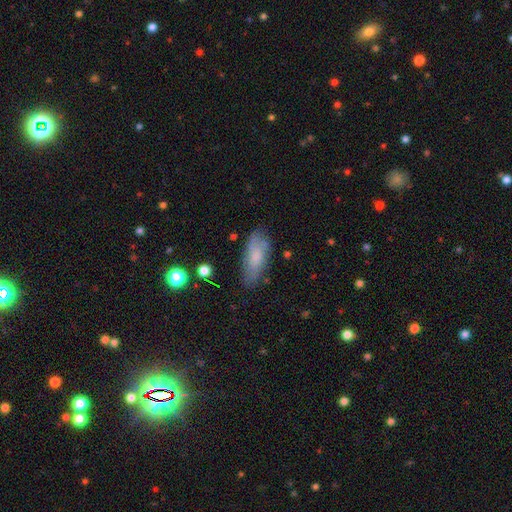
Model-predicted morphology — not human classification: Smooth or featured? smooth (67%)
How rounded? in between (74%)
Merging? none (73%)